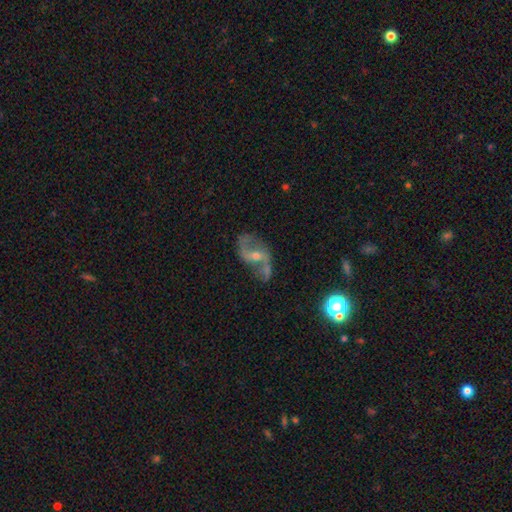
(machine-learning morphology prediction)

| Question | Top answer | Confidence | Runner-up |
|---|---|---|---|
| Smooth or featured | featured or disk | 83% | star or artifact (9%) |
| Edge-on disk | no | 96% | yes (4%) |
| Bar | weak | 40% | no (35%) |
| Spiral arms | yes | 92% | no (8%) |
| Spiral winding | loose | 65% | medium (28%) |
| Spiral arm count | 2 | 90% | can't tell (3%) |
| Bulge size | small | 49% | moderate (45%) |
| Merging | none | 62% | minor disturbance (18%) |